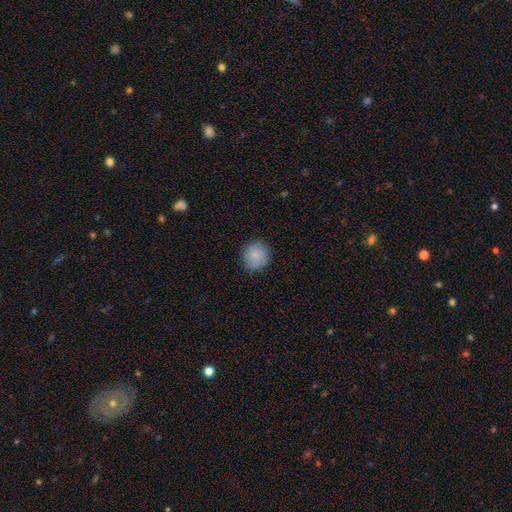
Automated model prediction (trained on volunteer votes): Smooth or featured? Predicted: smooth (p=0.83). How rounded? Predicted: round (p=0.89). Merging? Predicted: none (p=0.81).